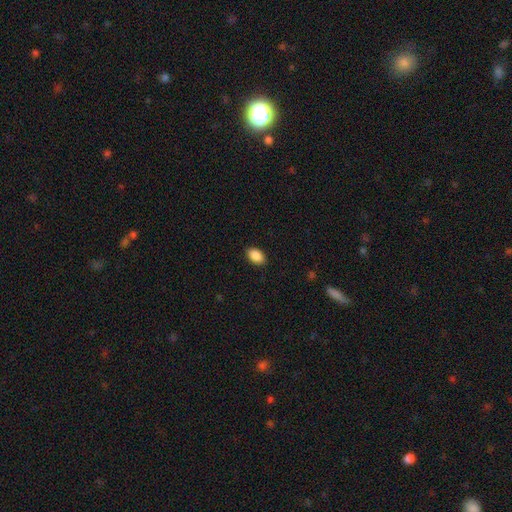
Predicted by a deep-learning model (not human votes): smooth-or-featured: smooth: 89% | star or artifact: 7% | featured or disk: 3%
  how-rounded: in between: 90% | round: 8% | cigar-shaped: 1%
  merging: none: 89% | minor disturbance: 8% | major disturbance: 2% | merger: 1%